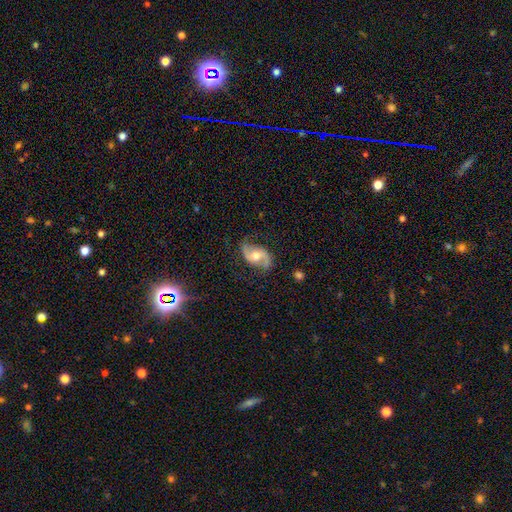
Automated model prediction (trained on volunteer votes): The model was most divided on "bar": no: 50%, weak: 38%, strong: 12%. More confident: edge-on disk — no (97%); spiral arms — yes (96%); spiral arm count — 2 (93%); smooth or featured — featured or disk (86%); merging — none (78%); bulge size — moderate (72%); spiral winding — loose (56%).